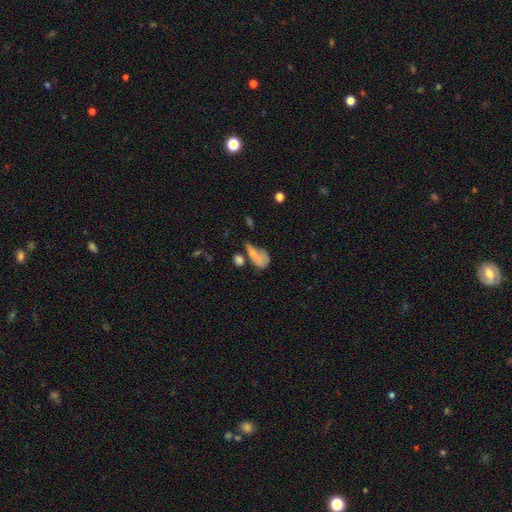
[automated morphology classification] A smooth galaxy with no disk features (65%) that is in between round and cigar-shaped (77%).

Vote fractions:
- Smooth or featured? smooth: 65% / featured or disk: 24% / star or artifact: 11%
- How rounded? in between: 77% / round: 16% / cigar-shaped: 7%
- Merging? merger: 28% / major disturbance: 27% / none: 23% / minor disturbance: 21%